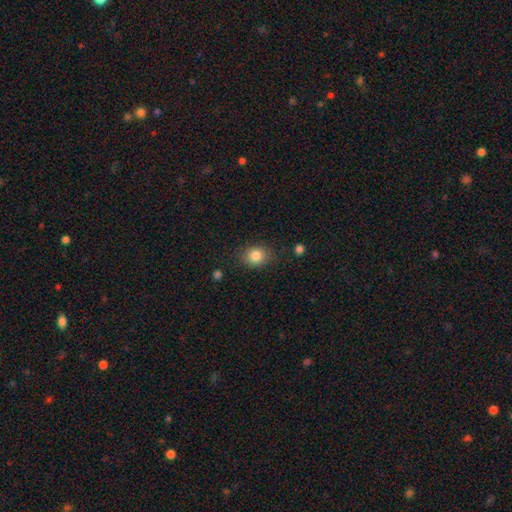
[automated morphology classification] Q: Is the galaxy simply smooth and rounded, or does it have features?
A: smooth — 84%.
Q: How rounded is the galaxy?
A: round — 58%.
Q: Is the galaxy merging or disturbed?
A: none — 81%.